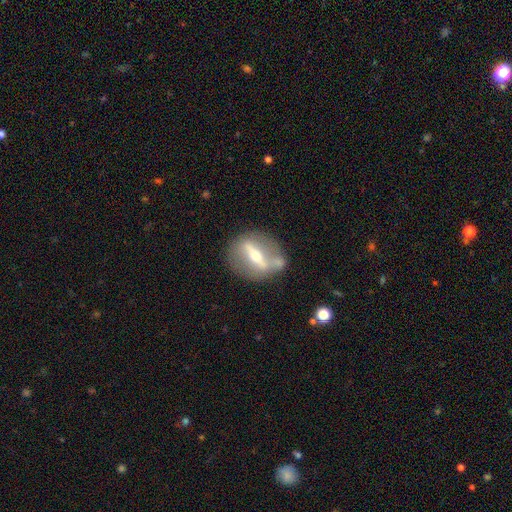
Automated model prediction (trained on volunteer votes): smooth-or-featured: featured or disk: 72% | smooth: 20% | star or artifact: 7%
  disk-edge-on: no: 60% | yes: 40%
  merging: none: 73% | minor disturbance: 13% | merger: 7% | major disturbance: 6%